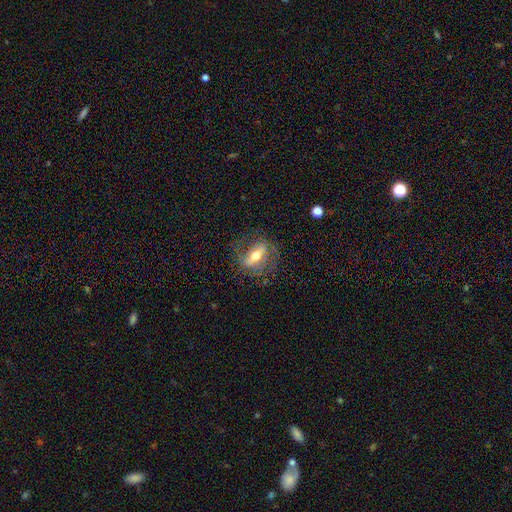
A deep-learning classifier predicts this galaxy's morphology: type=featured or disk (67%); edge-on=no (64%); merging=none (70%).